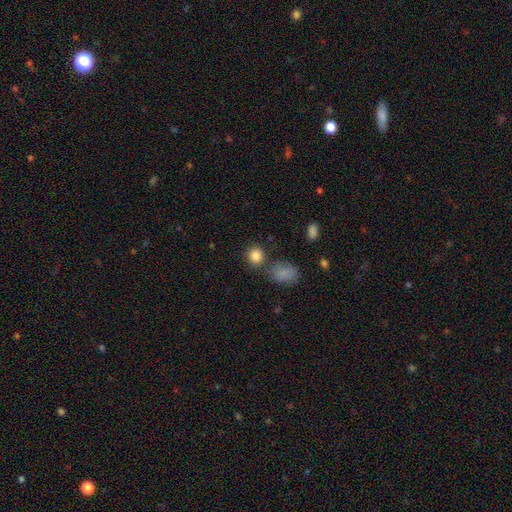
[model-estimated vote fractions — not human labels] The model was most divided on "merging": none: 72%, merger: 14%, minor disturbance: 11%, major disturbance: 4%. More confident: smooth or featured — smooth (86%); how rounded — round (79%).